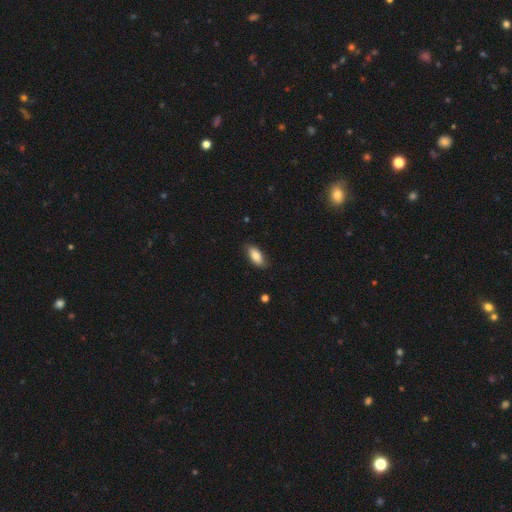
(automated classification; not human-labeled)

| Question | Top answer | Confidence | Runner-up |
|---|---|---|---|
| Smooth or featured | smooth | 83% | featured or disk (10%) |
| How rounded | in between | 89% | cigar-shaped (8%) |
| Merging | none | 82% | minor disturbance (15%) |